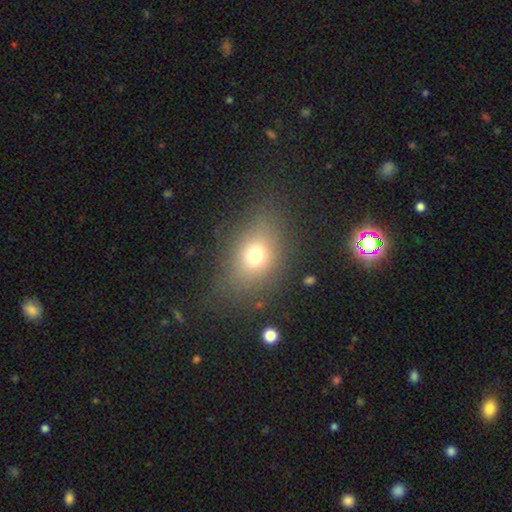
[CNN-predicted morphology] This is likely a smooth galaxy (69%). How rounded: possibly in between (58%). Merging: likely none (78%).